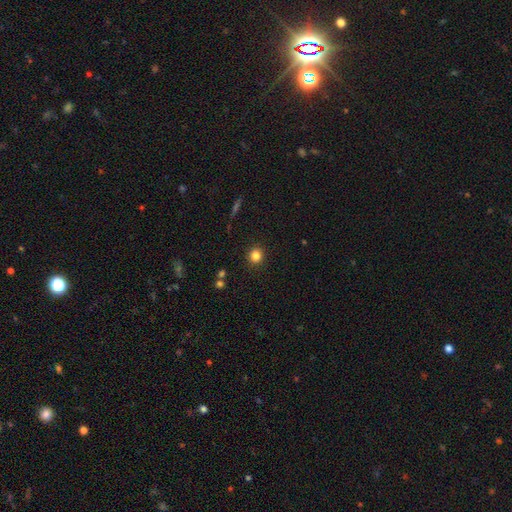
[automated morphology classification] Q: Smooth or featured?
A: smooth (83%); runner-up: star or artifact (12%)
Q: How rounded?
A: round (89%); runner-up: in between (10%)
Q: Merging?
A: none (91%); runner-up: minor disturbance (6%)